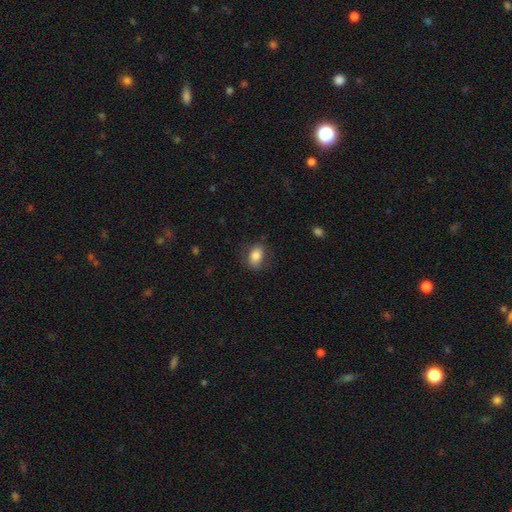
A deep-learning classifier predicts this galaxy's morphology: type=smooth (80%); roundness=in between (80%); merging=none (76%).